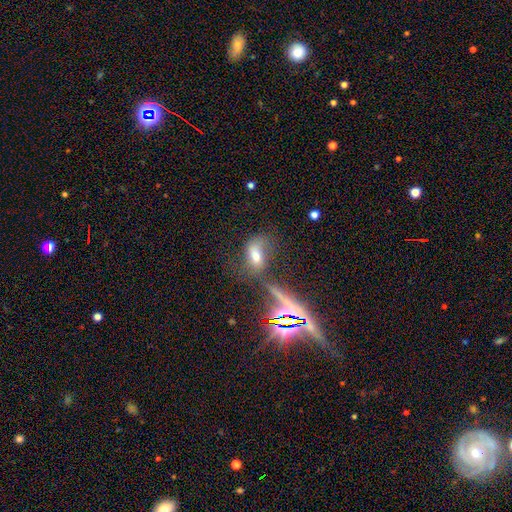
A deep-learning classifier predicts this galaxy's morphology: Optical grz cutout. It shows a smooth galaxy with no disk features (57%) that is in between round and cigar-shaped (84%). Merging: none (40%).